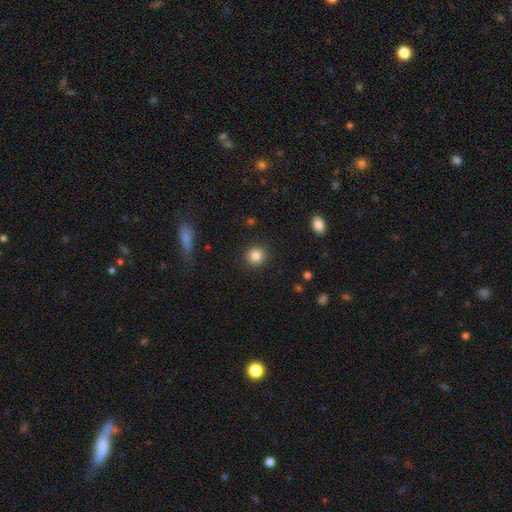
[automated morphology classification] Smooth or featured? smooth (84%)
How rounded? round (91%)
Merging? none (91%)